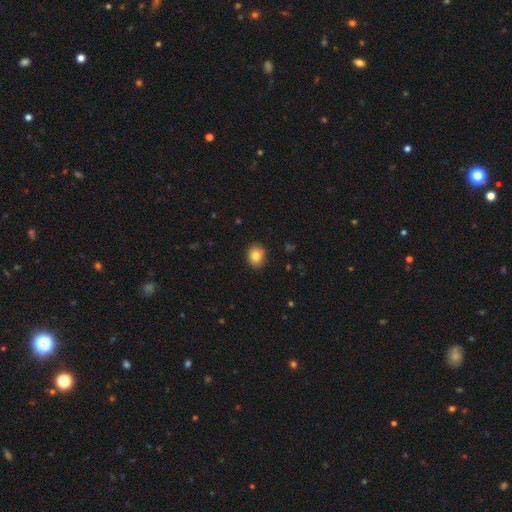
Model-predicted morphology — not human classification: smooth_or_featured: smooth (p=0.84) [alt: star or artifact p=0.09]
how_rounded: round (p=0.56) [alt: in between p=0.43]
merging: none (p=0.88) [alt: minor disturbance p=0.09]